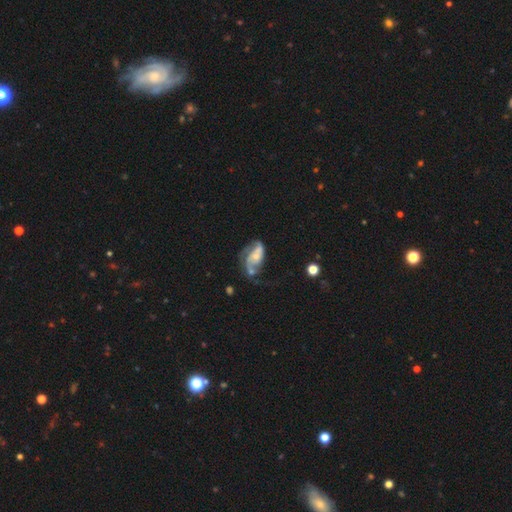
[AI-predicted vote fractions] This appears to be a featured or disk galaxy (73%) with no bar (64%), 2 (63%) medium (43%) spiral arms (86%) and a small central bulge (57%). Merging: none (35%).